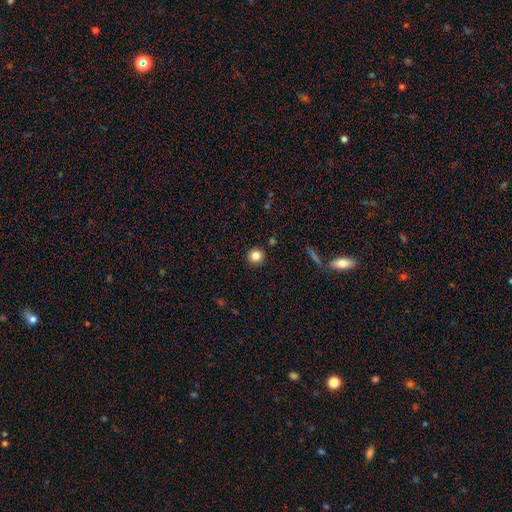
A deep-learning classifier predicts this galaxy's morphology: smooth-or-featured: smooth: 83% | star or artifact: 11% | featured or disk: 6%
  how-rounded: round: 93% | in between: 6% | cigar-shaped: 1%
  merging: none: 91% | minor disturbance: 6% | major disturbance: 2% | merger: 2%